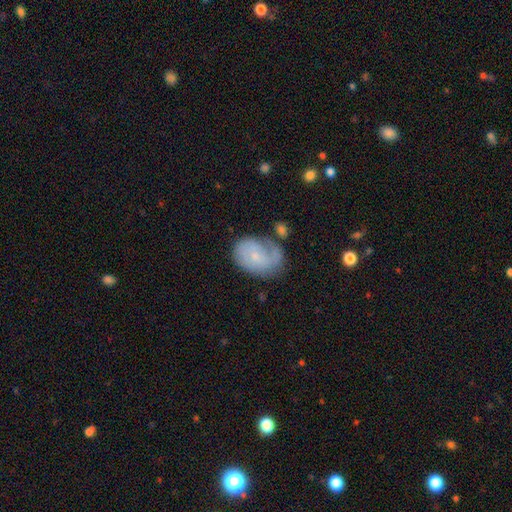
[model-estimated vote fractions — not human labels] Smooth or featured? featured or disk (53%)
Edge-on disk? no (97%)
Bar? no (69%)
Spiral arms? yes (78%)
Bulge size? small (74%)
Merging? none (43%)